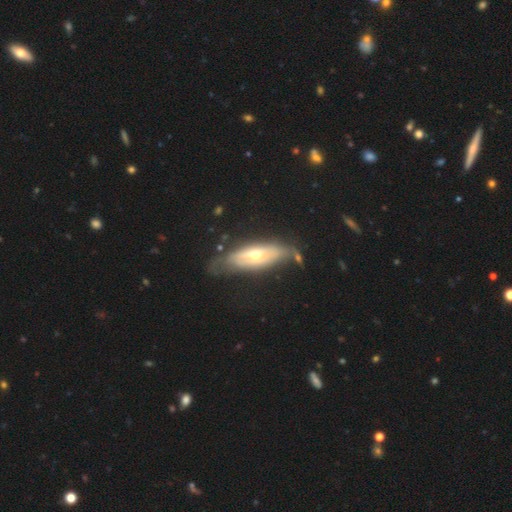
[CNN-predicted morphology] A featured or disk galaxy (62%). Merging: none (52%).